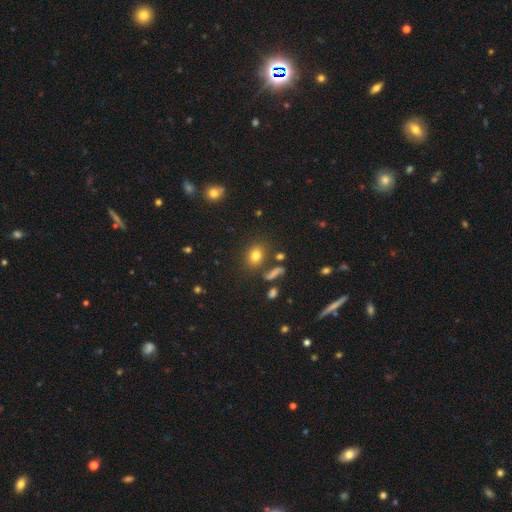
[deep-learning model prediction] Overall: smooth (77%). How rounded: in between (56%; round 42%). Merging: none (78%).